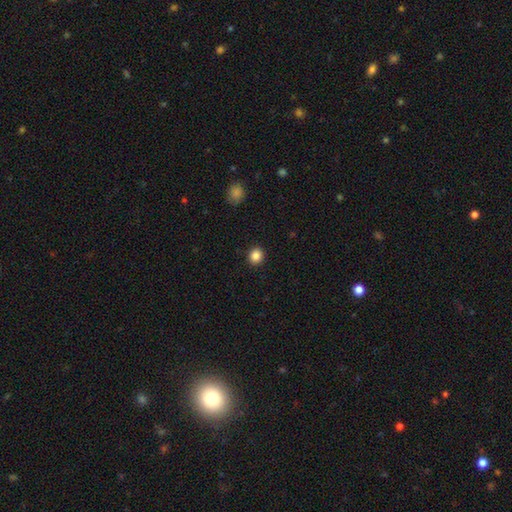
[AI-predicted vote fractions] Smooth or featured: smooth — 86% (star or artifact — 11%)
How rounded: round — 86% (in between — 13%)
Merging: none — 93% (minor disturbance — 5%)